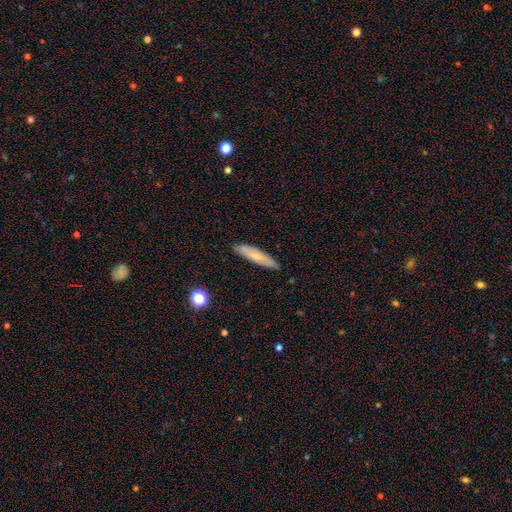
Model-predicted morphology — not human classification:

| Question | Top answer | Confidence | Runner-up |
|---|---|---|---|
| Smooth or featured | smooth | 59% | featured or disk (34%) |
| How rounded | cigar-shaped | 79% | in between (19%) |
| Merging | none | 85% | minor disturbance (11%) |